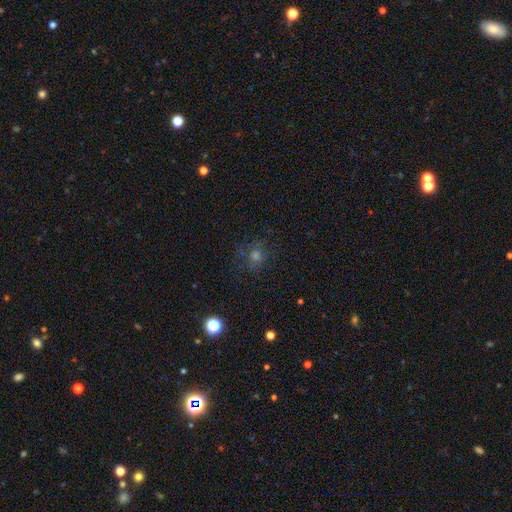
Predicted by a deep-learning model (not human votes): This is possibly a smooth galaxy (48%). Merging: likely none (74%).